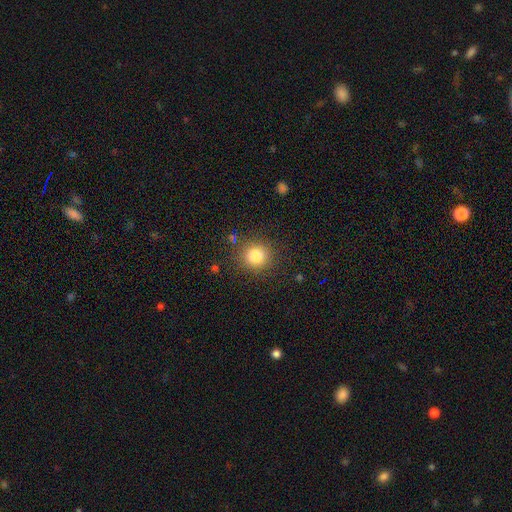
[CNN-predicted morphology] Smooth or featured? Predicted: smooth (p=0.82). How rounded? Predicted: round (p=0.90). Merging? Predicted: none (p=0.87).